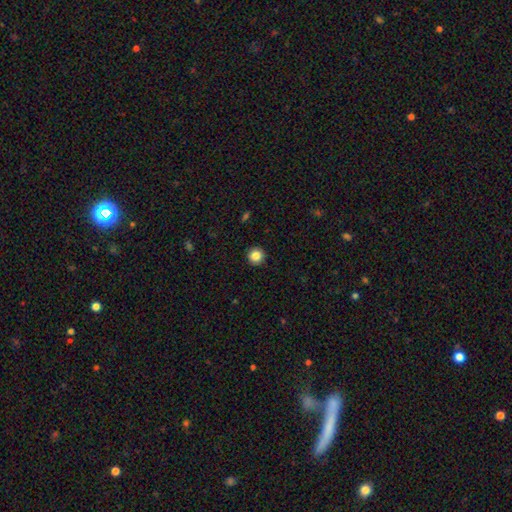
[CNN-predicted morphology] type=smooth (86%); roundness=round (96%); merging=none (93%).